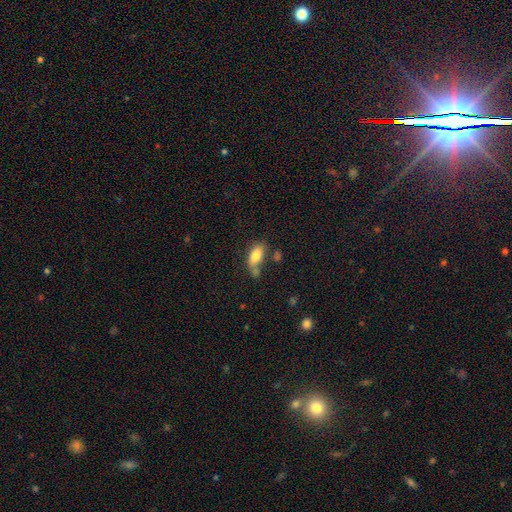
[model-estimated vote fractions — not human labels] Overall: smooth (79%). How rounded: in between (86%). Merging: none (47%; merger 22%).